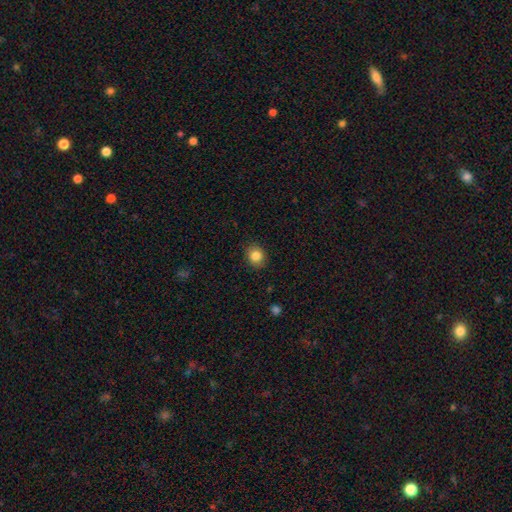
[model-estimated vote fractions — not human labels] A smooth galaxy with no disk features (84%) that is round (66%).

Vote fractions:
- Smooth or featured? smooth: 84% / star or artifact: 10% / featured or disk: 6%
- How rounded? round: 66% / in between: 33% / cigar-shaped: 1%
- Merging? none: 88% / minor disturbance: 9% / major disturbance: 2% / merger: 1%